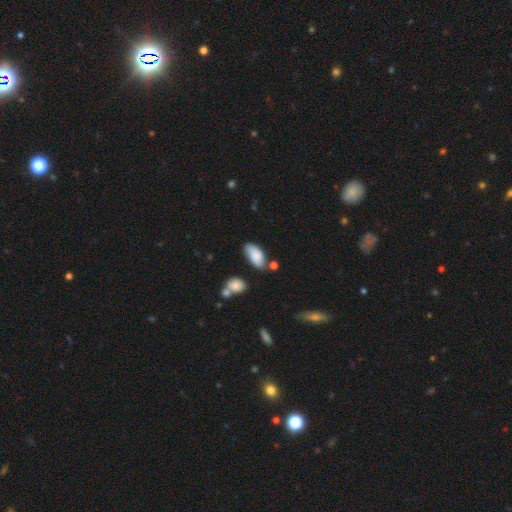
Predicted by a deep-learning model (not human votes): Smooth or featured? smooth (80%)
How rounded? in between (92%)
Merging? none (59%)